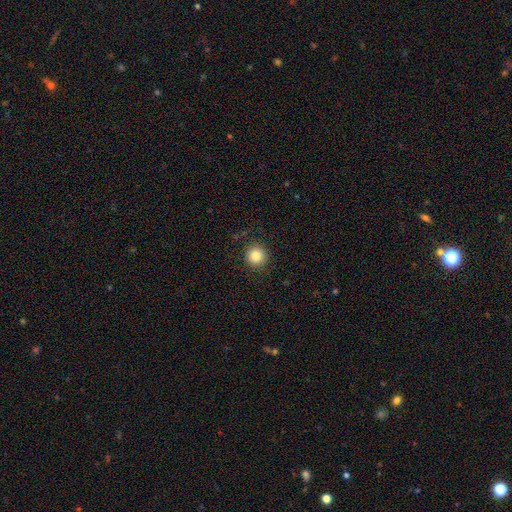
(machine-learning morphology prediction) smooth 84%, star or artifact 10%, featured or disk 5%. Down the decision tree: how rounded — round (94%); merging — none (88%).